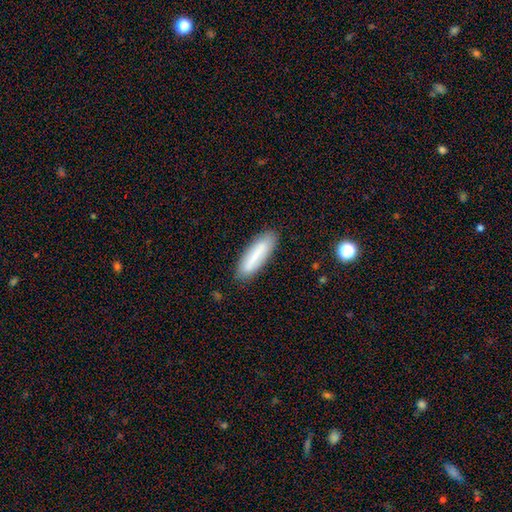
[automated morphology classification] type=smooth (73%); roundness=cigar-shaped (60%); merging=none (83%).